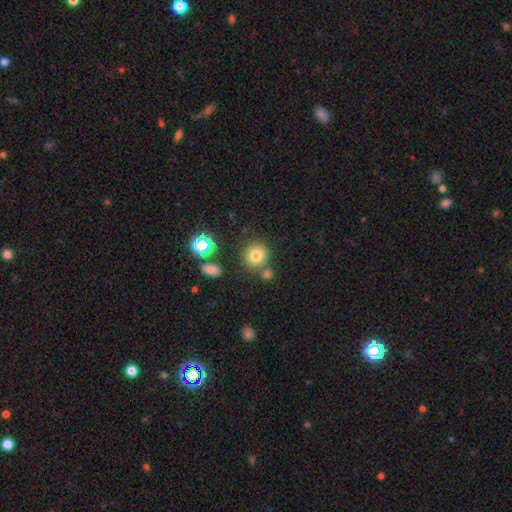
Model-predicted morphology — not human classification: The model was most divided on "smooth or featured": smooth: 75%, star or artifact: 16%, featured or disk: 9%. More confident: how rounded — round (86%); merging — none (73%).